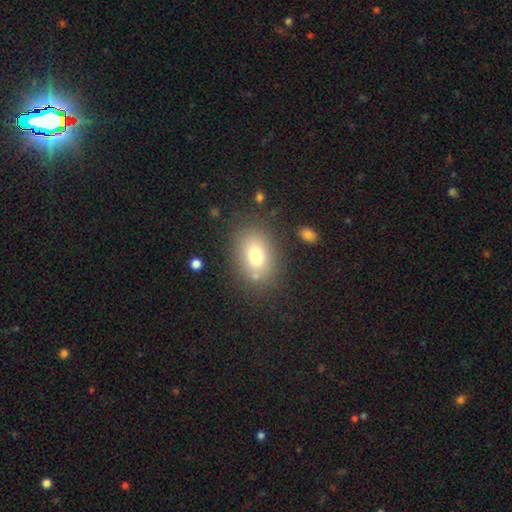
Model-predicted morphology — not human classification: Smooth or featured: smooth — 76% (featured or disk — 13%)
How rounded: in between — 79% (round — 19%)
Merging: none — 78% (minor disturbance — 12%)